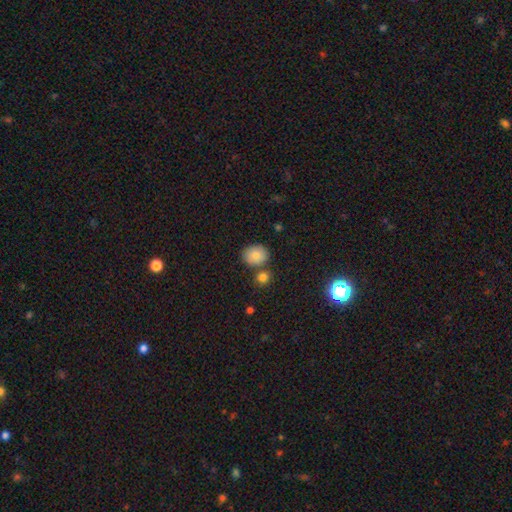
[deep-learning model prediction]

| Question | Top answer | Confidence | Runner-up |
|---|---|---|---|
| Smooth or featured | smooth | 82% | star or artifact (9%) |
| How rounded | round | 64% | in between (35%) |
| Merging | none | 72% | merger (14%) |